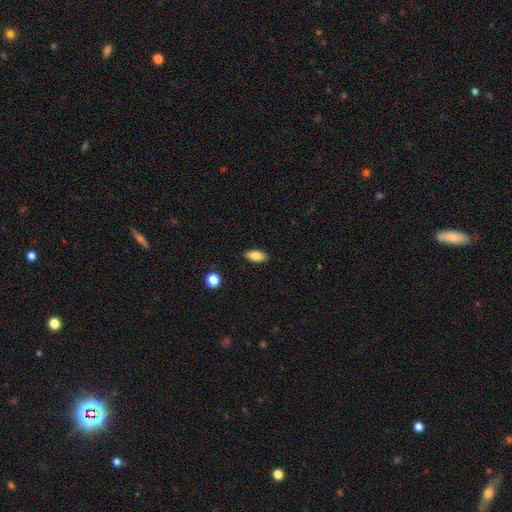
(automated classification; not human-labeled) smooth-or-featured: smooth: 84% | featured or disk: 8% | star or artifact: 8%
  how-rounded: in between: 87% | cigar-shaped: 9% | round: 3%
  merging: none: 88% | minor disturbance: 9% | major disturbance: 2% | merger: 1%